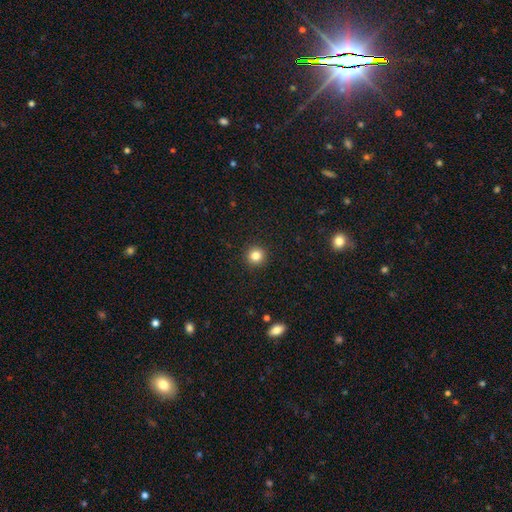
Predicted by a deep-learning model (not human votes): Overall: smooth (83%). How rounded: round (94%). Merging: none (93%).